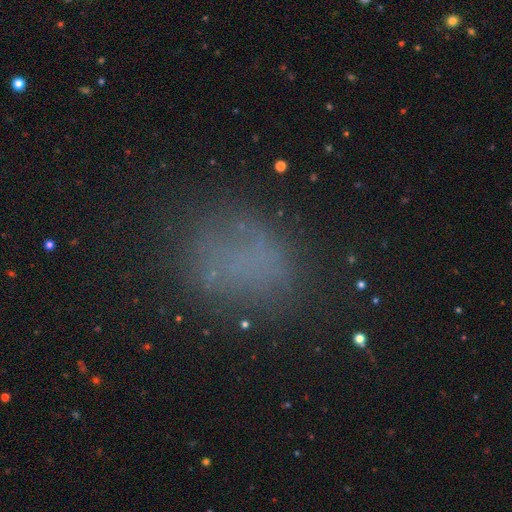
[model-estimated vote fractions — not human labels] smooth-or-featured: smooth: 56% | star or artifact: 24% | featured or disk: 20%
  how-rounded: in between: 51% | round: 47% | cigar-shaped: 2%
  merging: none: 66% | minor disturbance: 18% | major disturbance: 13% | merger: 3%